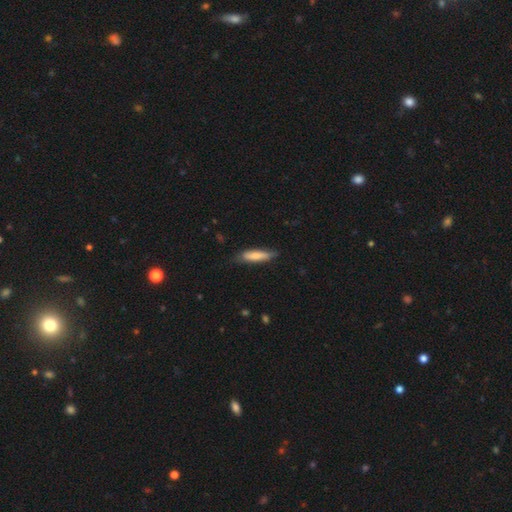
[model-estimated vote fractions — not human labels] smooth 77%, featured or disk 18%, star or artifact 6%. Down the decision tree: how rounded — cigar-shaped (73%); merging — none (73%).